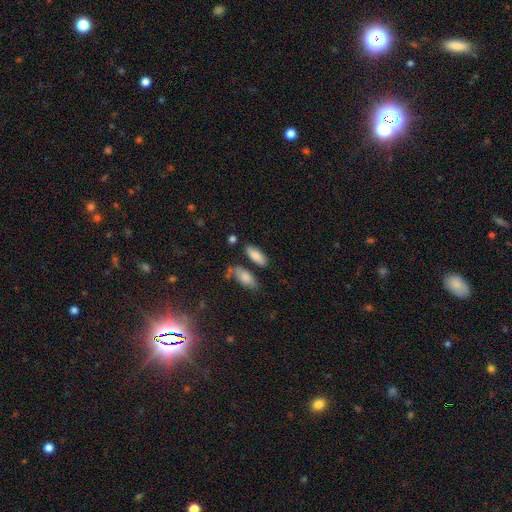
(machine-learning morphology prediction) Overall: smooth (82%). How rounded: in between (77%). Merging: none (71%).